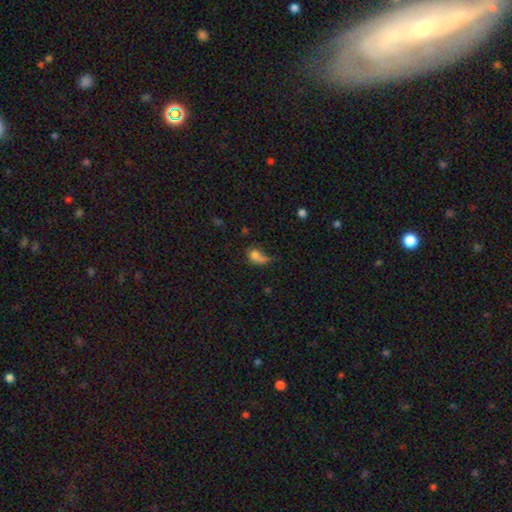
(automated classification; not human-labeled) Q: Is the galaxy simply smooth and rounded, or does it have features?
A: smooth — 69%.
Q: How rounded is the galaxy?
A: in between — 64%.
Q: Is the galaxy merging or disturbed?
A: major disturbance — 34%.